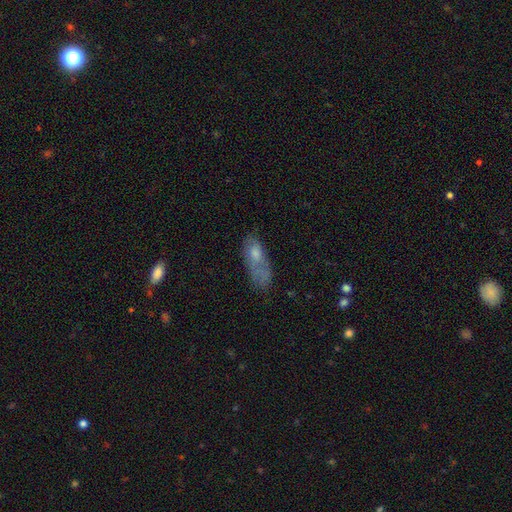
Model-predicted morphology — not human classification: Smooth or featured?
  - smooth: 59% *
  - featured or disk: 32%
  - star or artifact: 10%
How rounded?
  - in between: 71% *
  - cigar-shaped: 26%
  - round: 4%
Merging?
  - none: 37% *
  - minor disturbance: 29%
  - major disturbance: 27%
  - merger: 7%